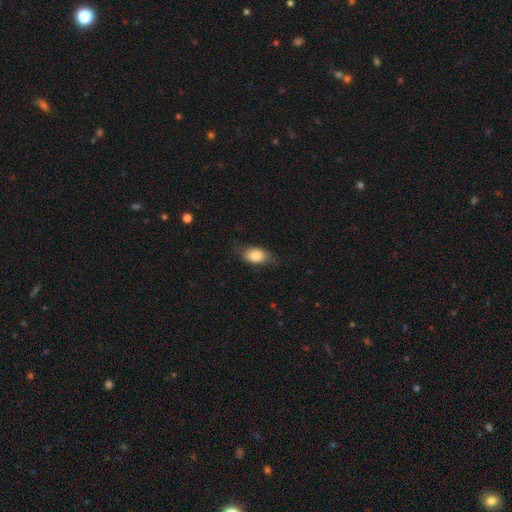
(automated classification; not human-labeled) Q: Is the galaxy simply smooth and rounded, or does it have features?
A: smooth — 84%.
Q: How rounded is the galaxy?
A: in between — 85%.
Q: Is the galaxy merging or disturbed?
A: none — 72%.